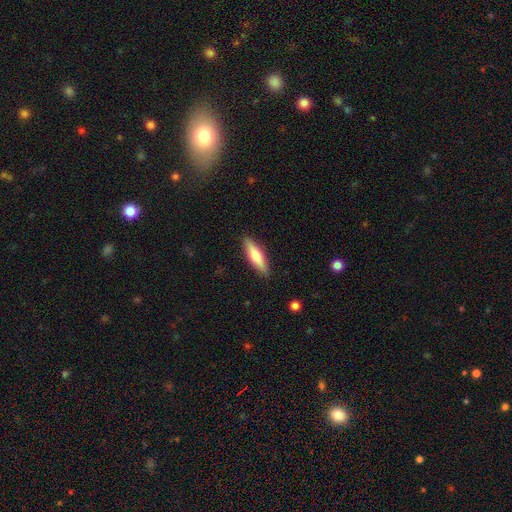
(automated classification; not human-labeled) The model was most divided on "smooth or featured": smooth: 62%, featured or disk: 32%, star or artifact: 6%. More confident: merging — none (89%); how rounded — cigar-shaped (66%).